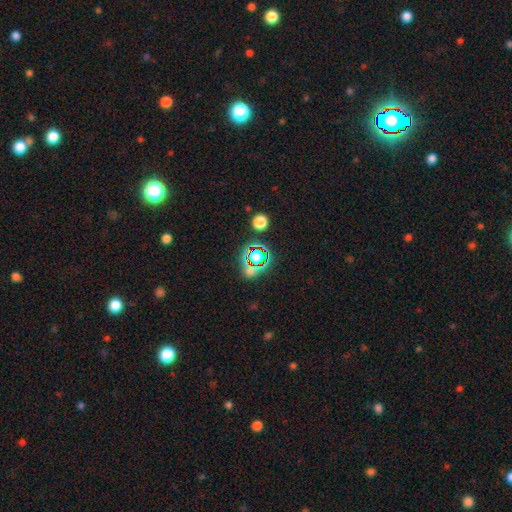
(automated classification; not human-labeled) Smooth or featured?
  - star or artifact: 61% *
  - smooth: 28%
  - featured or disk: 11%